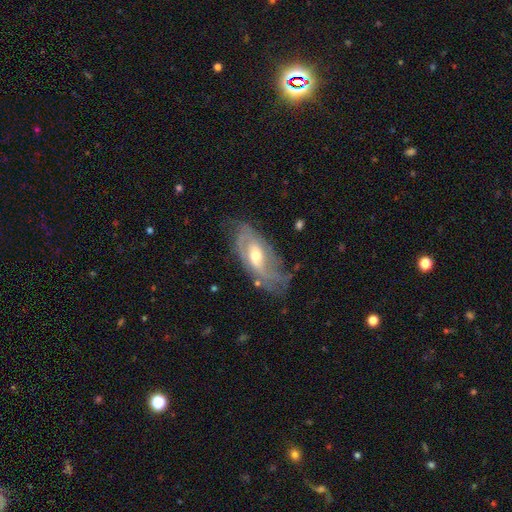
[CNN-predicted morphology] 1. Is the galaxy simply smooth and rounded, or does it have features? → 82% featured or disk, 13% smooth, 5% star or artifact.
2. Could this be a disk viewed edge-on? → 90% no, 10% yes.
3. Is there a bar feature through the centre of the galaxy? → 43% no, 42% weak, 15% strong.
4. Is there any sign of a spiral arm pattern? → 90% yes, 10% no.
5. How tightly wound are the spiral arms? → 41% tight, 40% medium, 19% loose.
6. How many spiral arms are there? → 54% 2, 27% can't tell, 9% 3, 6% 1, 3% 4, 2% more than 4.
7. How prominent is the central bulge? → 65% moderate, 27% small, 6% large, 1% none, 1% dominant.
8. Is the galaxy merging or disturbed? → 62% none, 24% minor disturbance, 12% major disturbance, 2% merger.